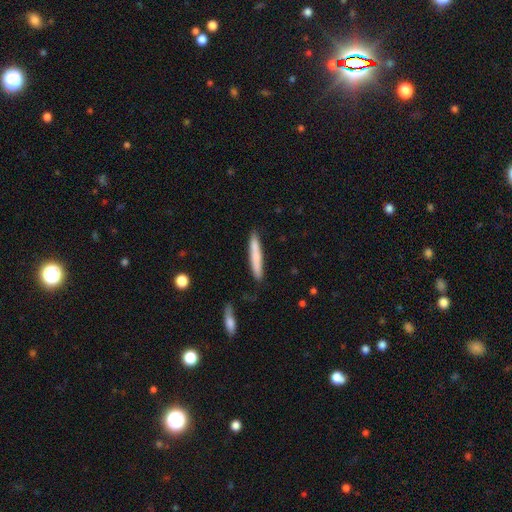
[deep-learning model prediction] Smooth or featured? Predicted: smooth (p=0.74). How rounded? Predicted: cigar-shaped (p=0.94). Merging? Predicted: none (p=0.85).